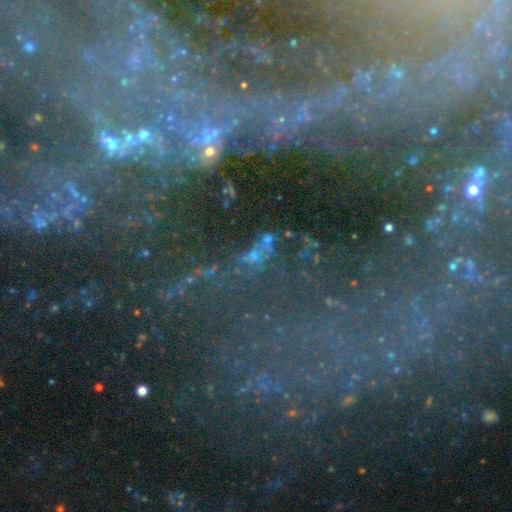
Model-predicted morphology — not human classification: Smooth or featured?
  - star or artifact: 71% *
  - smooth: 15%
  - featured or disk: 14%